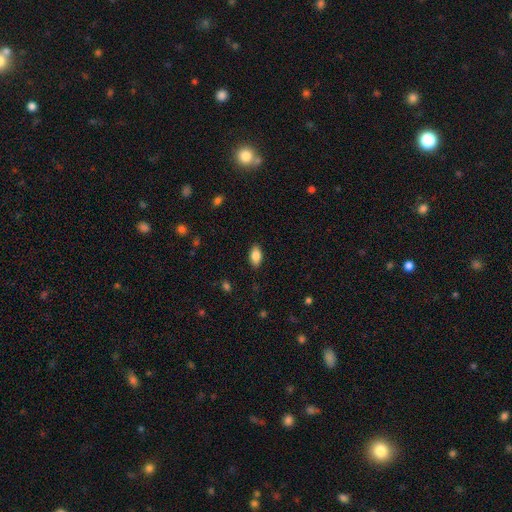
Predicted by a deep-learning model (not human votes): Smooth or featured?
  - smooth: 86% *
  - star or artifact: 7%
  - featured or disk: 7%
How rounded?
  - in between: 92% *
  - round: 4%
  - cigar-shaped: 4%
Merging?
  - none: 88% *
  - minor disturbance: 9%
  - major disturbance: 2%
  - merger: 1%